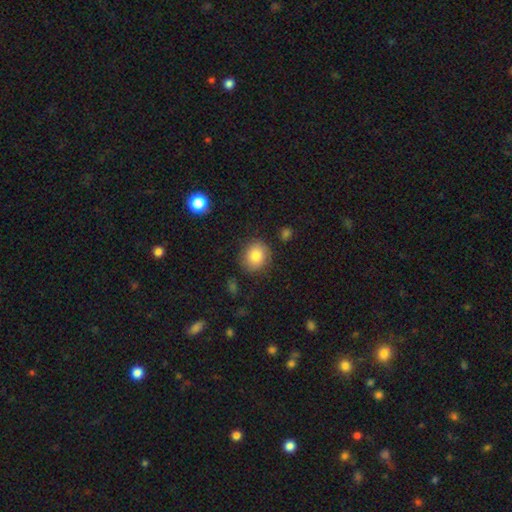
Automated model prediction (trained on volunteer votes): This appears to be a smooth galaxy with no disk features (82%) that is round (77%). Merging: none (83%).